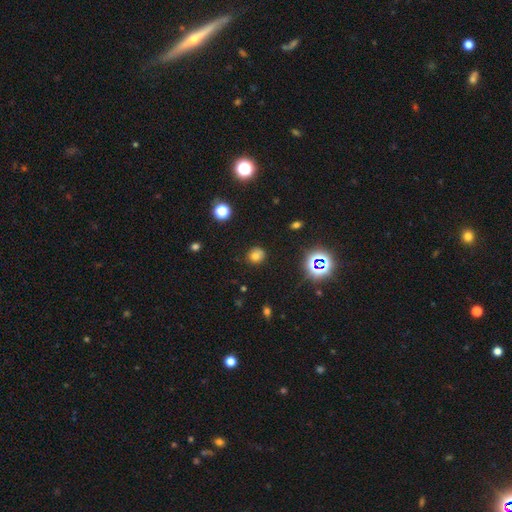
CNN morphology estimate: smooth_or_featured: smooth (p=0.73) [alt: star or artifact p=0.20]
how_rounded: round (p=0.81) [alt: in between p=0.18]
merging: none (p=0.81) [alt: minor disturbance p=0.13]